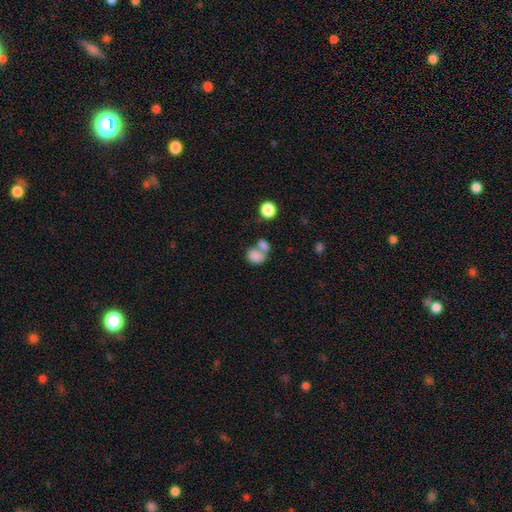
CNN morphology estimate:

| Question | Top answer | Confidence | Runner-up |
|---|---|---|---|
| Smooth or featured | smooth | 79% | featured or disk (12%) |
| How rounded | round | 56% | in between (43%) |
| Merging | merger | 59% | none (25%) |